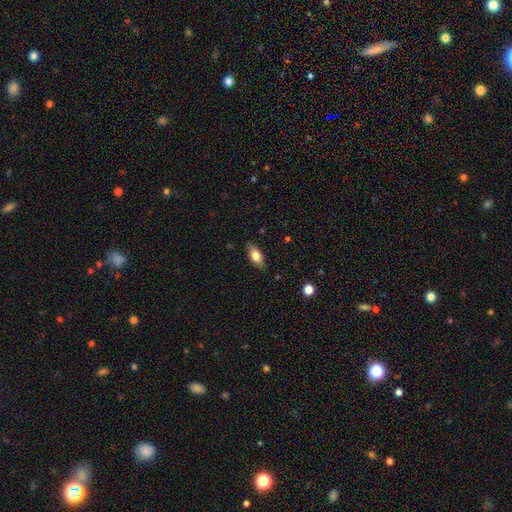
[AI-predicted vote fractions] Overall: smooth (78%). How rounded: in between (84%). Merging: none (83%).